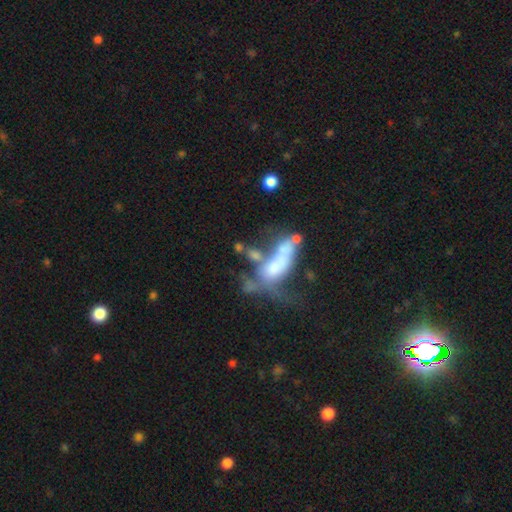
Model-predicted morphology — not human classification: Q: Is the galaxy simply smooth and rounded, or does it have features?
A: smooth — 45%.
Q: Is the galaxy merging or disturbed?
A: merger — 45%.